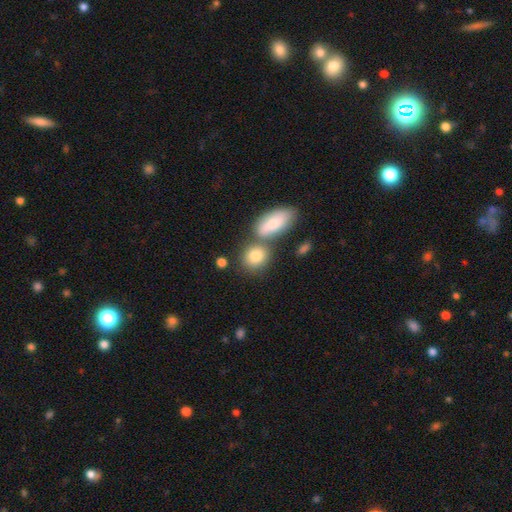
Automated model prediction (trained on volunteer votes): Smooth or featured: smooth — 82% (featured or disk — 10%)
How rounded: round — 57% (in between — 40%)
Merging: none — 57% (merger — 29%)